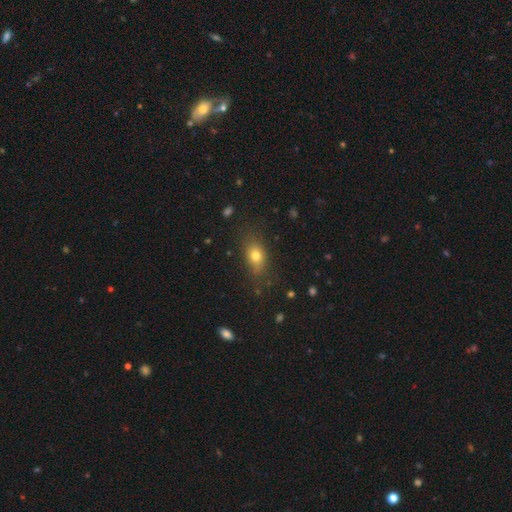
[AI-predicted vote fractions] Smooth or featured?
  - smooth: 76% *
  - featured or disk: 13%
  - star or artifact: 12%
How rounded?
  - in between: 73% *
  - round: 23%
  - cigar-shaped: 4%
Merging?
  - none: 74% *
  - minor disturbance: 17%
  - major disturbance: 6%
  - merger: 2%